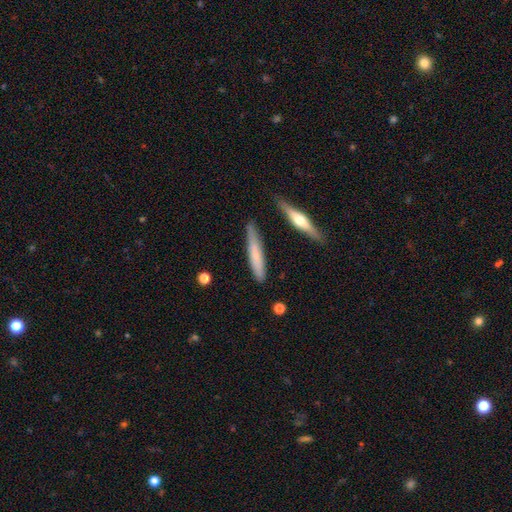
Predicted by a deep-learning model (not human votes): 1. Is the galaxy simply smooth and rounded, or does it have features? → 60% smooth, 33% featured or disk, 6% star or artifact.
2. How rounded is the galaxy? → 90% cigar-shaped, 8% in between, 1% round.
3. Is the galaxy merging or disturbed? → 82% none, 13% minor disturbance, 3% merger, 2% major disturbance.